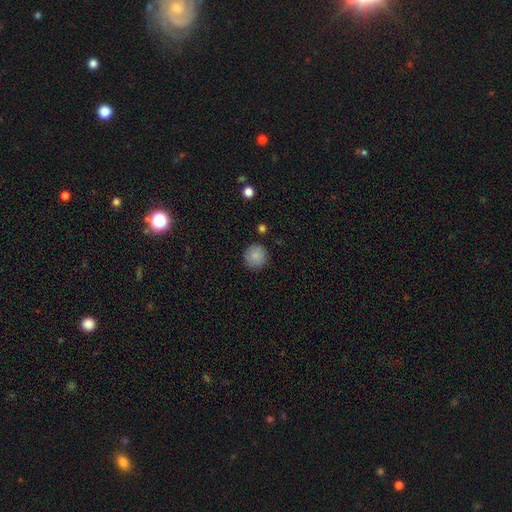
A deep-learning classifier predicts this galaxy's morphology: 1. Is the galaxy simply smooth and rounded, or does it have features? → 85% smooth, 8% star or artifact, 7% featured or disk.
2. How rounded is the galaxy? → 93% round, 6% in between, 1% cigar-shaped.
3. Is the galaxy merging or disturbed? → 86% none, 9% minor disturbance, 2% major disturbance, 2% merger.